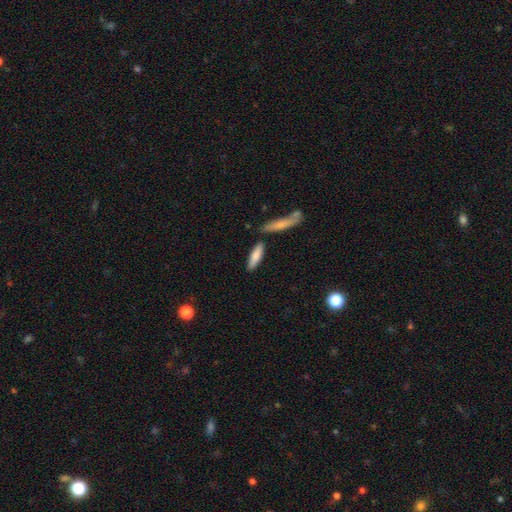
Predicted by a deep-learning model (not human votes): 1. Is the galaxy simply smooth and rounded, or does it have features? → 79% smooth, 16% featured or disk, 5% star or artifact.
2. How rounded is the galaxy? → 61% cigar-shaped, 37% in between, 2% round.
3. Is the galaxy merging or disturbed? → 77% none, 11% minor disturbance, 9% merger, 3% major disturbance.